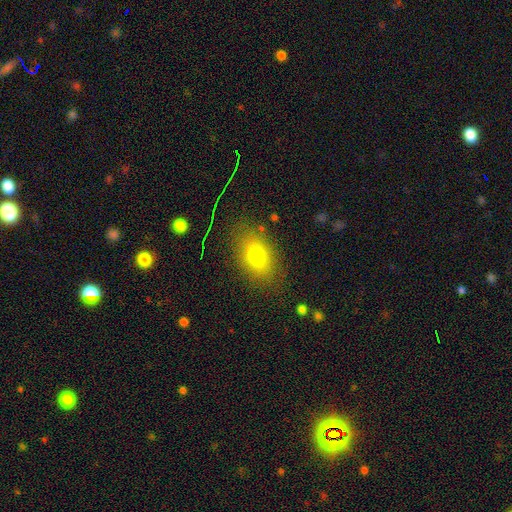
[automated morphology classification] type=smooth (74%); roundness=in between (81%); merging=none (82%).